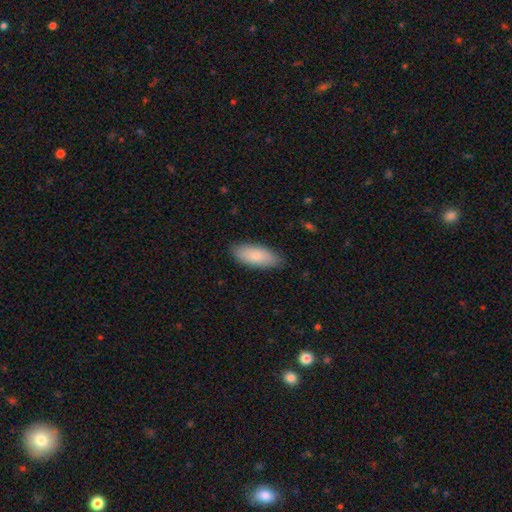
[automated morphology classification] This is clearly a smooth galaxy (80%). How rounded: clearly in between (80%). Merging: clearly none (85%).